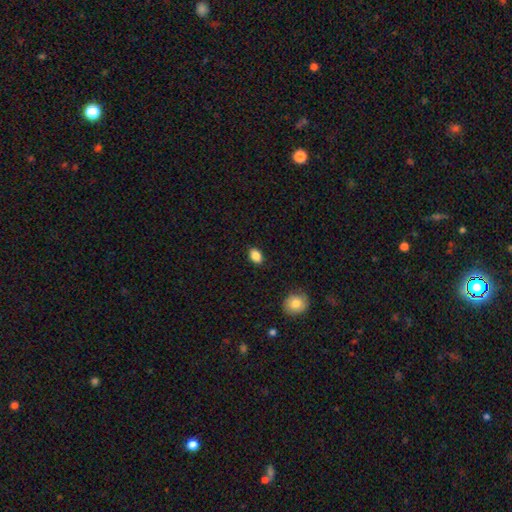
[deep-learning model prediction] This appears to be a smooth galaxy with no disk features (87%) that is in between round and cigar-shaped (82%). Merging: none (88%).